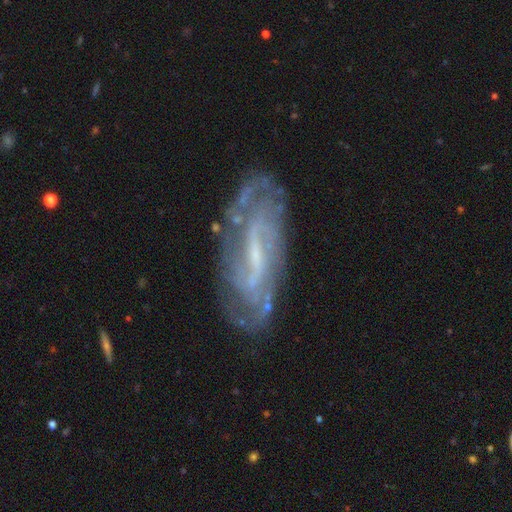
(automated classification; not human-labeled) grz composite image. It shows a featured or disk galaxy (83%) with a weak bar (46%), tight (52%) spiral arms (90%) and a small central bulge (55%). Merging: none (74%).